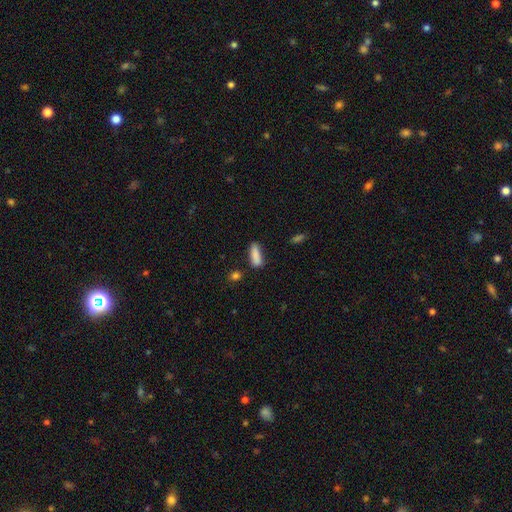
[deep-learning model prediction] Smooth or featured: smooth — 87% (star or artifact — 7%)
How rounded: in between — 51% (cigar-shaped — 47%)
Merging: none — 74% (minor disturbance — 18%)